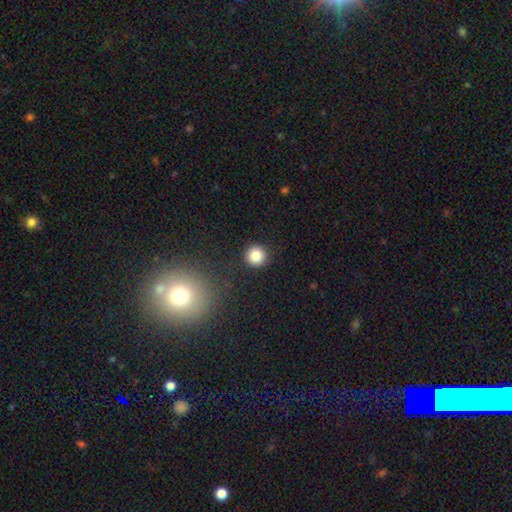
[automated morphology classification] Overall: smooth (84%). How rounded: round (95%). Merging: none (90%).